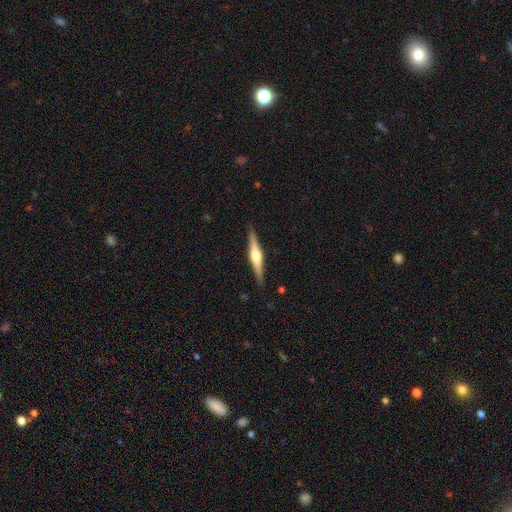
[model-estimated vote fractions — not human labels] featured or disk 75%, smooth 20%, star or artifact 5%. Down the decision tree: edge-on disk — yes (98%); edge-on bulge — rounded (92%); merging — none (90%).